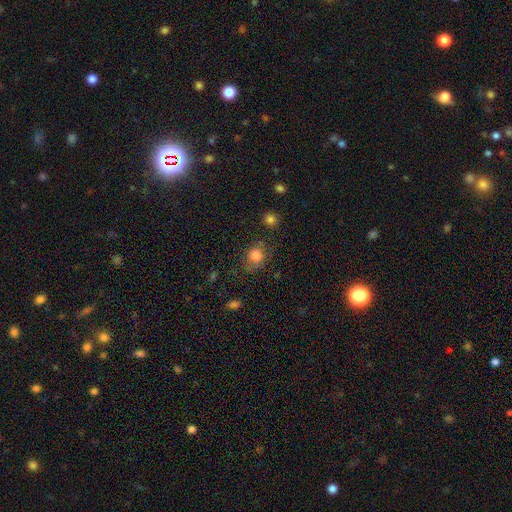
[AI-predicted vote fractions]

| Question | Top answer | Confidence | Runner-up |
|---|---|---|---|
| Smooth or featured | smooth | 81% | star or artifact (11%) |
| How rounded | round | 66% | in between (33%) |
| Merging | none | 64% | minor disturbance (22%) |